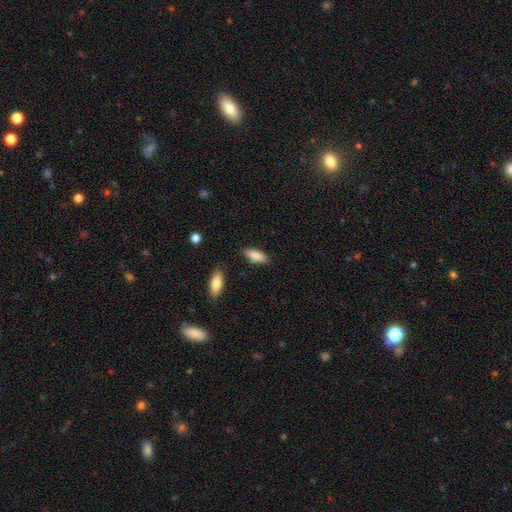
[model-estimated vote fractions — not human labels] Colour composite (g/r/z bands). It shows a smooth galaxy with no disk features (86%) that is in between round and cigar-shaped (67%). Merging: none (83%).